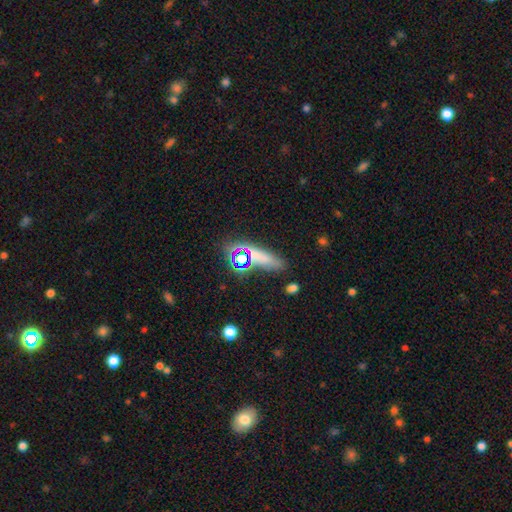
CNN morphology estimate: A smooth galaxy with no disk features (56%) that is cigar-shaped (52%). Merging: none (68%).